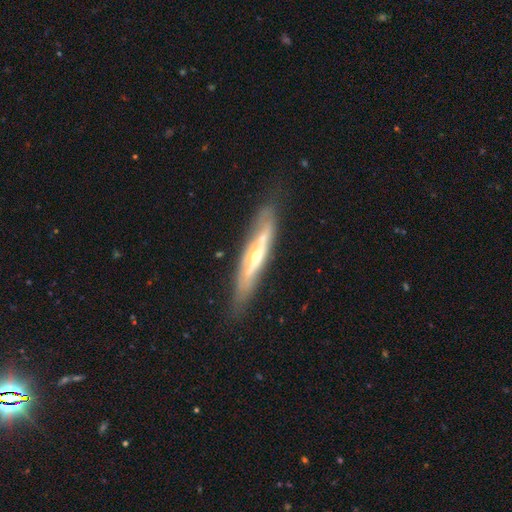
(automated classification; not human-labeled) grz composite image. It shows a featured or disk galaxy (73%) viewed edge-on (72%) with a rounded central bulge (82%). Merging: none (77%).